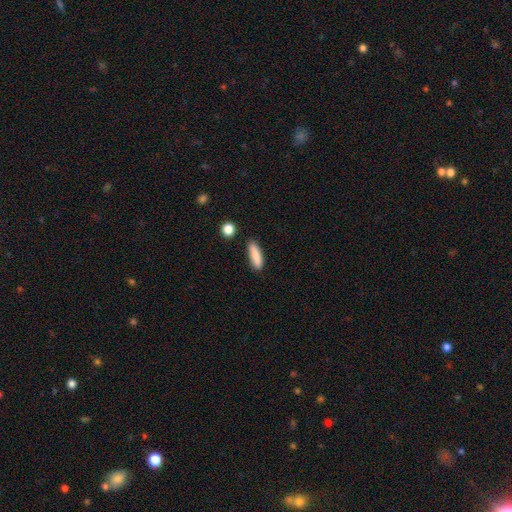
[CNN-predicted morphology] Smooth or featured: smooth — 86% (featured or disk — 7%)
How rounded: cigar-shaped — 60% (in between — 38%)
Merging: none — 84% (minor disturbance — 11%)